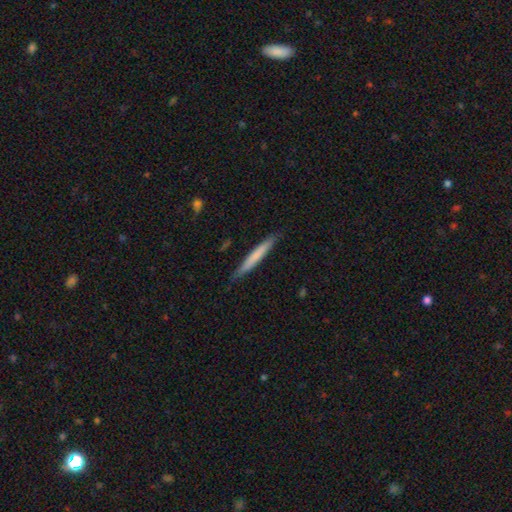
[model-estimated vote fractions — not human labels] smooth_or_featured: smooth (p=0.66) [alt: featured or disk p=0.29]
how_rounded: cigar-shaped (p=0.96) [alt: in between p=0.02]
merging: none (p=0.87) [alt: minor disturbance p=0.10]